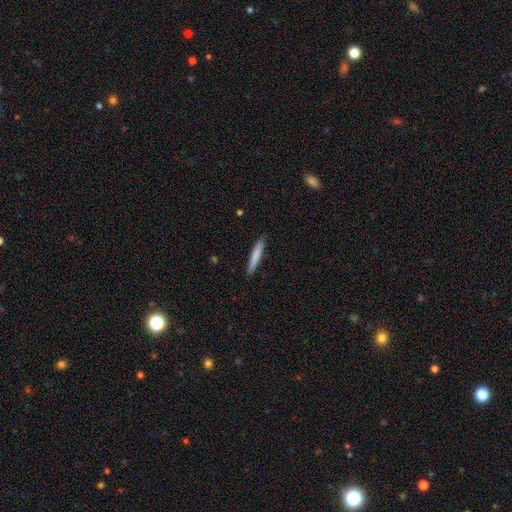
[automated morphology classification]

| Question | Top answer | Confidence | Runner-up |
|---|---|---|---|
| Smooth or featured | smooth | 77% | featured or disk (17%) |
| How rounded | cigar-shaped | 95% | in between (4%) |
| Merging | none | 90% | minor disturbance (8%) |